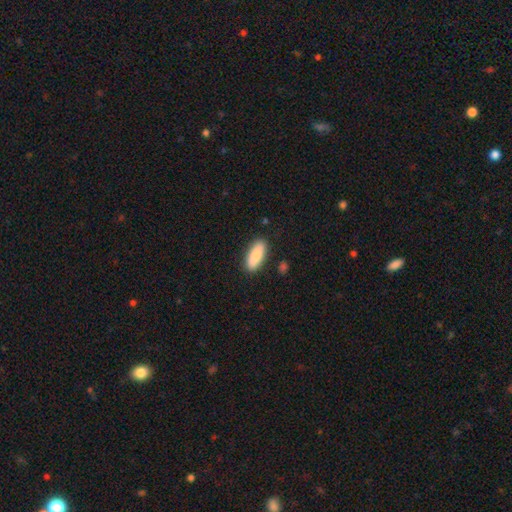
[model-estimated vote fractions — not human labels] smooth_or_featured: smooth (p=0.85) [alt: featured or disk p=0.09]
how_rounded: in between (p=0.71) [alt: cigar-shaped p=0.27]
merging: none (p=0.87) [alt: minor disturbance p=0.09]